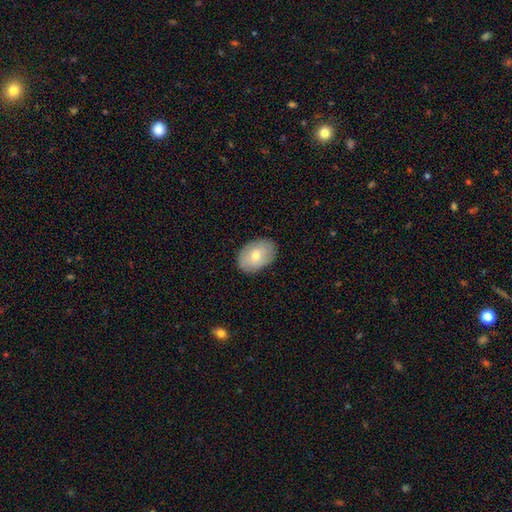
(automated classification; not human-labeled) Q: Smooth or featured?
A: smooth (64%); runner-up: featured or disk (29%)
Q: How rounded?
A: in between (84%); runner-up: round (14%)
Q: Merging?
A: none (84%); runner-up: minor disturbance (12%)